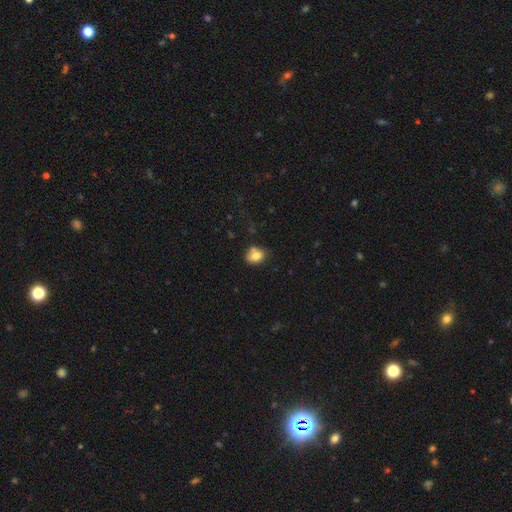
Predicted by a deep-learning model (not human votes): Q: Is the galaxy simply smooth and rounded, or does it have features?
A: smooth — 76%.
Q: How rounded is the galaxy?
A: in between — 56%.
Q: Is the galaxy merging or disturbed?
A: none — 54%.